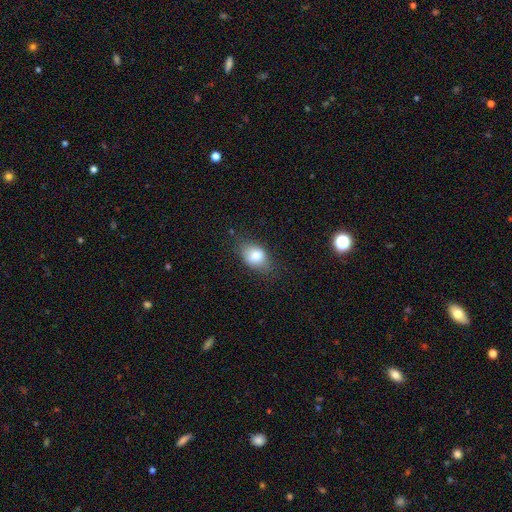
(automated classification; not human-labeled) Q: Smooth or featured?
A: smooth (82%); runner-up: featured or disk (10%)
Q: How rounded?
A: in between (78%); runner-up: round (21%)
Q: Merging?
A: none (73%); runner-up: minor disturbance (20%)